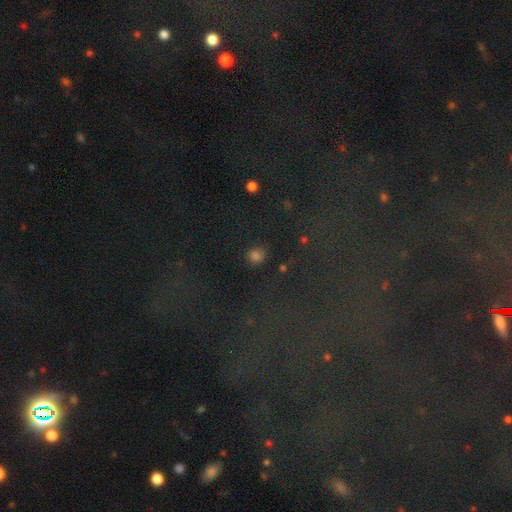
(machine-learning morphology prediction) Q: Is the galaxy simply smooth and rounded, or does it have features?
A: smooth — 70%.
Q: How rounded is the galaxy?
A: round — 83%.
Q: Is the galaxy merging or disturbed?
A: none — 87%.